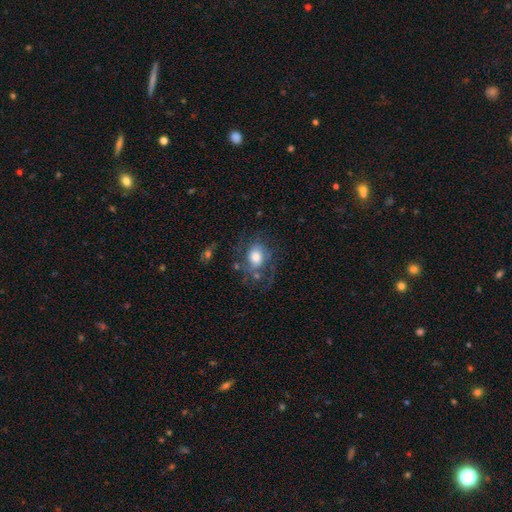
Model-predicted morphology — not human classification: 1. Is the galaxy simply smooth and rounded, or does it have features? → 49% smooth, 42% featured or disk, 9% star or artifact.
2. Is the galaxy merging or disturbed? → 50% none, 24% major disturbance, 23% minor disturbance, 4% merger.